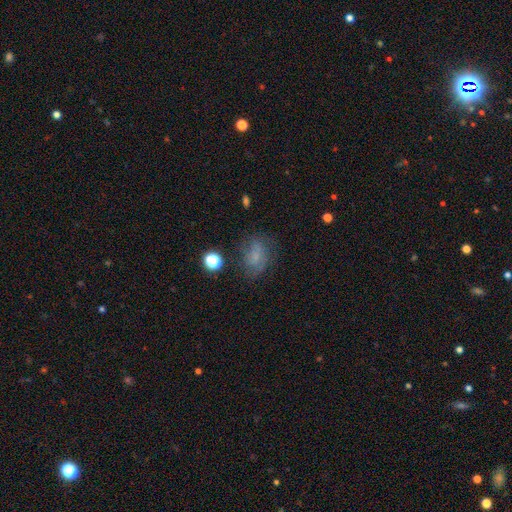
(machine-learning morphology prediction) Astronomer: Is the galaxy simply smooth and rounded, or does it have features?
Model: smooth — 62%.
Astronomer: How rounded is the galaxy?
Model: in between — 68%.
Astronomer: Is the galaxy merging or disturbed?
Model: none — 59%.